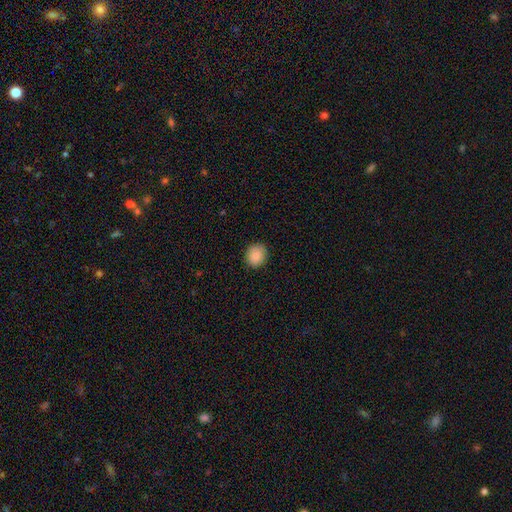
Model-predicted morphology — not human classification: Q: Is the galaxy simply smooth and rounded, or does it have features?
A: smooth — 88%.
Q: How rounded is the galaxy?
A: round — 73%.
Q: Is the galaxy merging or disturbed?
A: none — 88%.